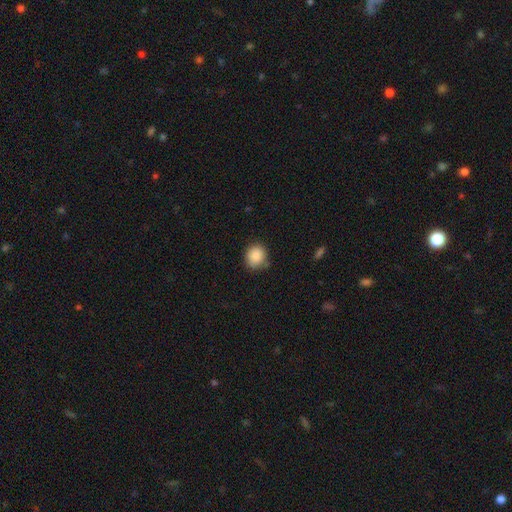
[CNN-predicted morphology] smooth 88%, star or artifact 8%, featured or disk 4%. Down the decision tree: how rounded — round (80%); merging — none (80%).